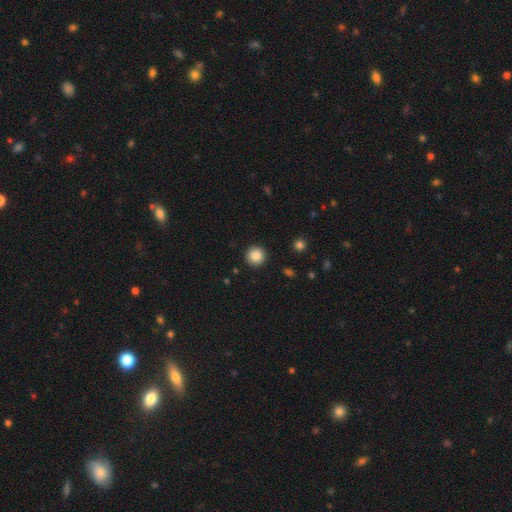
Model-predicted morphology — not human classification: type=smooth (87%); roundness=round (95%); merging=none (92%).